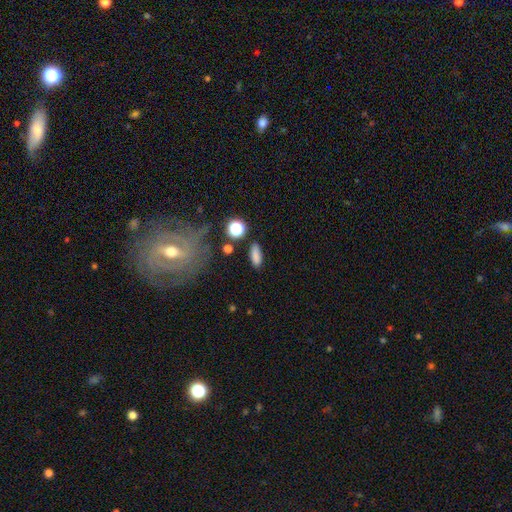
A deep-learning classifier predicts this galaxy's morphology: This appears to be a smooth galaxy with no disk features (84%) that is in between round and cigar-shaped (63%). Merging: none (82%).